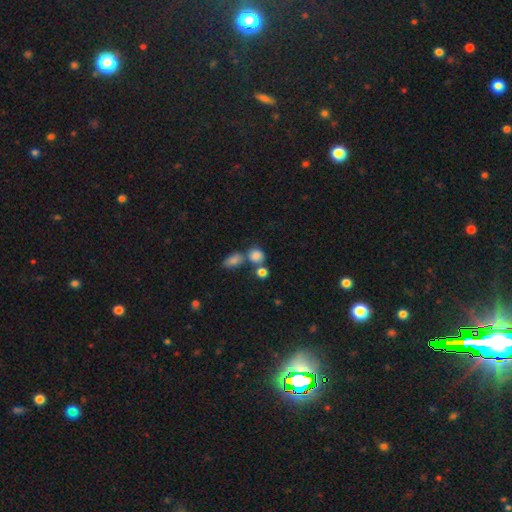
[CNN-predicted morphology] type=smooth (82%); roundness=round (68%); merging=none (49%).